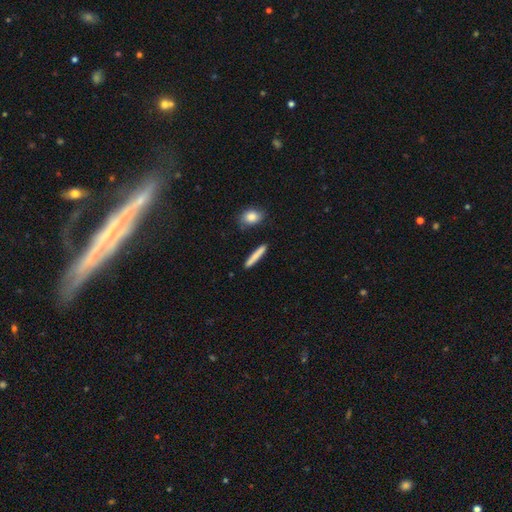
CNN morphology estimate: This appears to be a smooth galaxy with no disk features (77%) that is cigar-shaped (93%). Merging: none (88%).